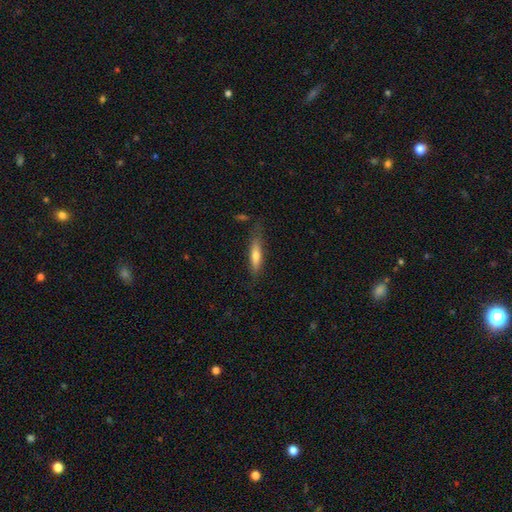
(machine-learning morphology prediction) type=smooth (64%); roundness=cigar-shaped (73%); merging=none (72%).